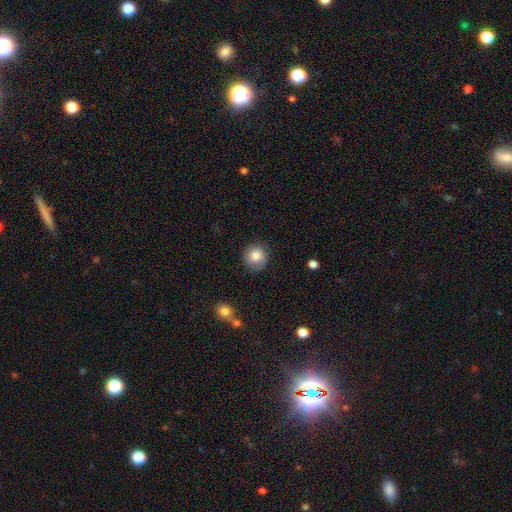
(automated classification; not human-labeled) Morphology: type=smooth (79%); roundness=round (90%); merging=none (77%).